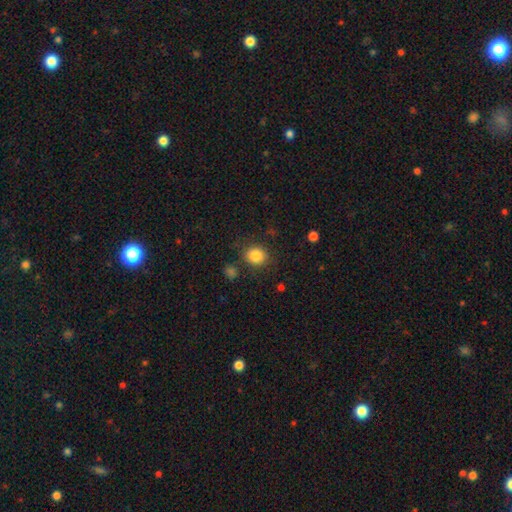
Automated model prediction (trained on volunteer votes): Smooth or featured: smooth — 84% (star or artifact — 11%)
How rounded: round — 81% (in between — 18%)
Merging: none — 83% (minor disturbance — 9%)